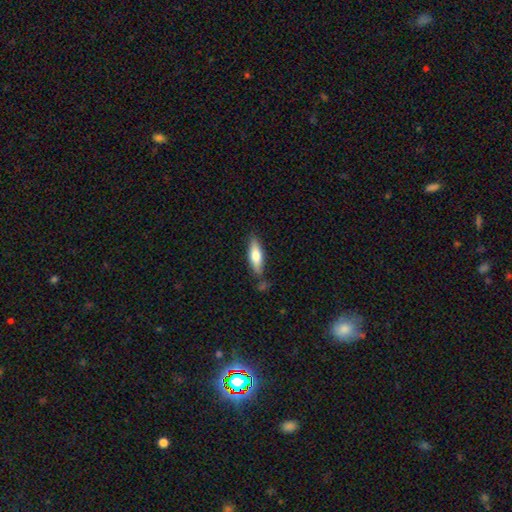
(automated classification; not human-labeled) Smooth or featured: smooth — 71% (featured or disk — 23%)
How rounded: cigar-shaped — 51% (in between — 47%)
Merging: none — 72% (minor disturbance — 18%)